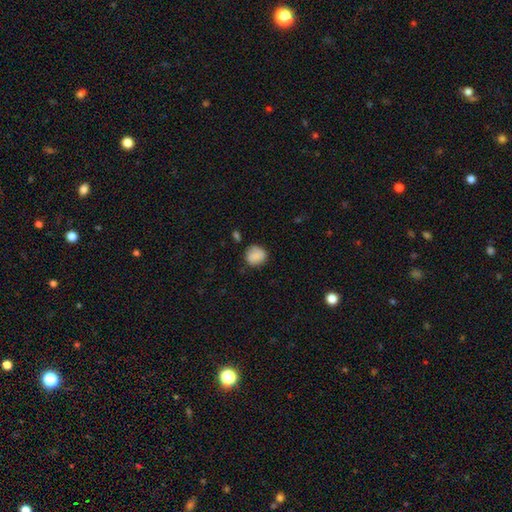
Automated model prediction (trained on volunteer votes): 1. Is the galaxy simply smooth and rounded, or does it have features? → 85% smooth, 8% star or artifact, 7% featured or disk.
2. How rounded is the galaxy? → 79% round, 20% in between, 1% cigar-shaped.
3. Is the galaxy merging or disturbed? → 75% none, 18% minor disturbance, 4% major disturbance, 3% merger.